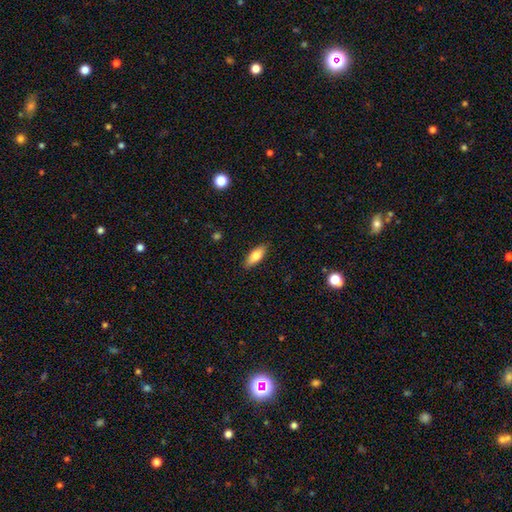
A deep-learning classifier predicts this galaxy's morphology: Smooth or featured? Predicted: smooth (p=0.79). How rounded? Predicted: in between (p=0.76). Merging? Predicted: none (p=0.88).